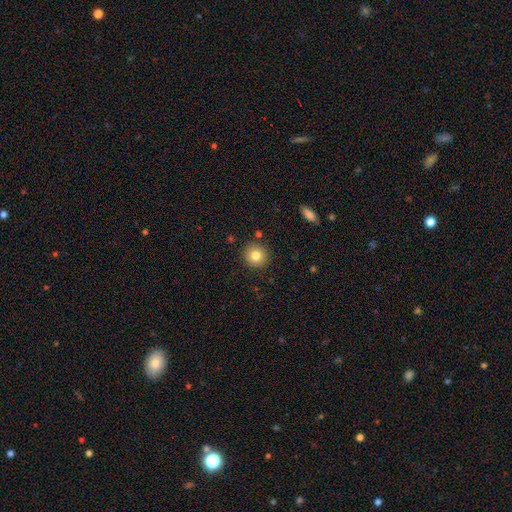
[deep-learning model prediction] Smooth or featured?
  - smooth: 81% *
  - star or artifact: 10%
  - featured or disk: 9%
How rounded?
  - round: 93% *
  - in between: 6%
  - cigar-shaped: 1%
Merging?
  - none: 90% *
  - minor disturbance: 6%
  - merger: 2%
  - major disturbance: 2%